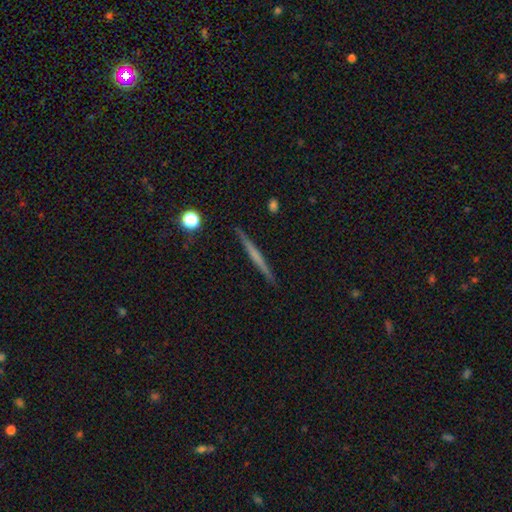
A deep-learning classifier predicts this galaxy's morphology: The model was most divided on "smooth or featured": featured or disk: 52%, smooth: 42%, star or artifact: 6%. More confident: edge-on disk — yes (98%); merging — none (92%); edge-on bulge — none (84%).